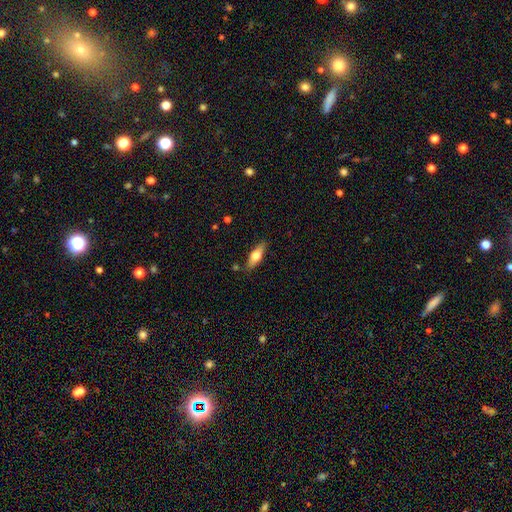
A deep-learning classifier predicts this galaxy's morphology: A smooth galaxy with no disk features (60%) that is in between round and cigar-shaped (59%).

Vote fractions:
- Smooth or featured? smooth: 60% / featured or disk: 34% / star or artifact: 6%
- How rounded? in between: 59% / cigar-shaped: 39% / round: 3%
- Merging? none: 82% / minor disturbance: 13% / major disturbance: 3% / merger: 3%